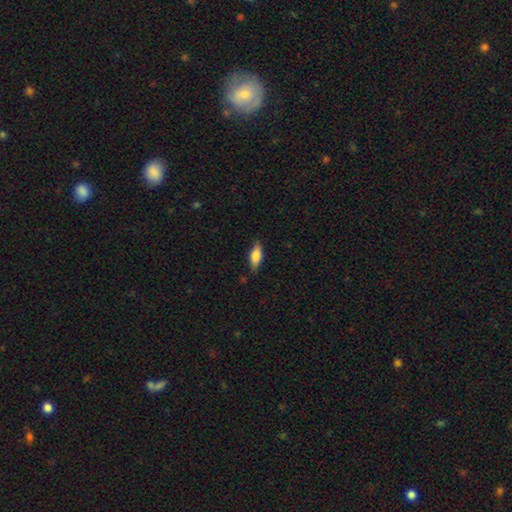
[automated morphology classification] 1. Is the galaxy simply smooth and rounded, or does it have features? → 71% smooth, 22% featured or disk, 7% star or artifact.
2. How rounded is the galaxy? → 68% in between, 29% cigar-shaped, 3% round.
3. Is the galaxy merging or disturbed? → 82% none, 14% minor disturbance, 3% major disturbance, 1% merger.